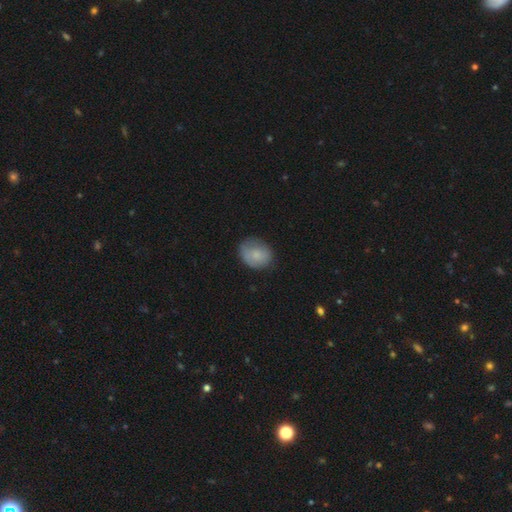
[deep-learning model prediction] Smooth or featured: smooth — 78% (featured or disk — 14%)
How rounded: round — 54% (in between — 45%)
Merging: none — 66% (minor disturbance — 25%)